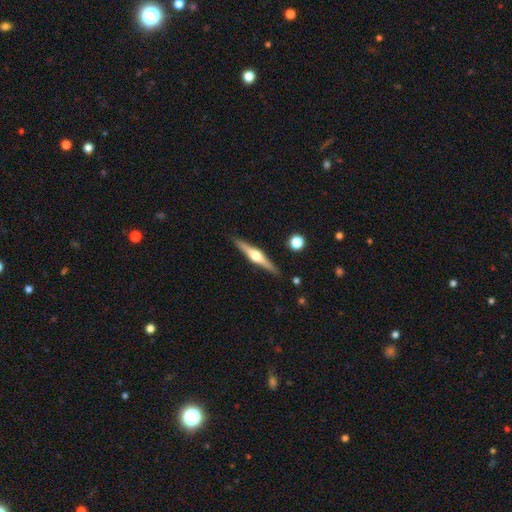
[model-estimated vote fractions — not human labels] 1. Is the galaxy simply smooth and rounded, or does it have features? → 76% featured or disk, 18% smooth, 5% star or artifact.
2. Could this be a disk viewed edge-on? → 98% yes, 2% no.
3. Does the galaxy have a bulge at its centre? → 94% rounded, 4% boxy, 2% none.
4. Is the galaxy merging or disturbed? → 89% none, 8% minor disturbance, 2% major disturbance, 2% merger.